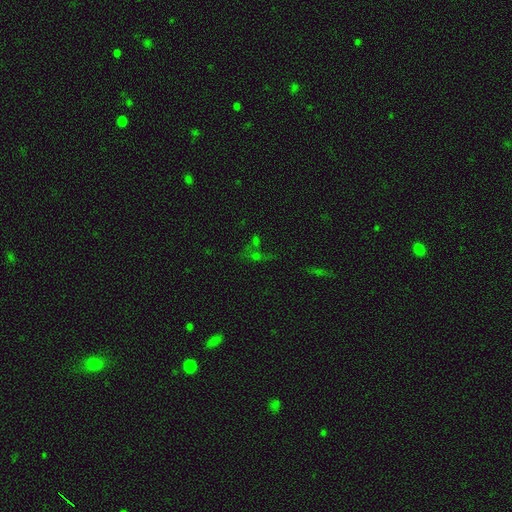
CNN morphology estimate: A star or artifact, not a galaxy (52%).